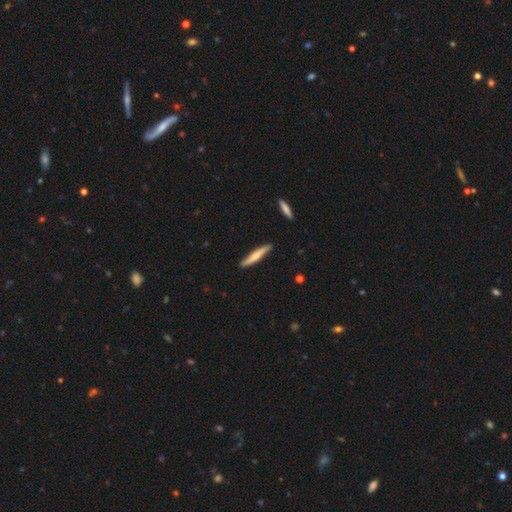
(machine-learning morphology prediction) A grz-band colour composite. It shows a smooth galaxy with no disk features (60%) that is cigar-shaped (93%). Merging: none (88%).